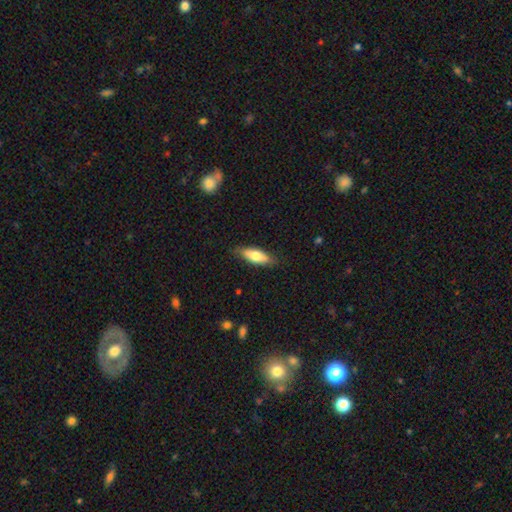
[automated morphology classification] smooth-or-featured: smooth: 70% | featured or disk: 25% | star or artifact: 6%
  how-rounded: in between: 63% | cigar-shaped: 34% | round: 2%
  merging: none: 83% | minor disturbance: 14% | major disturbance: 2% | merger: 1%